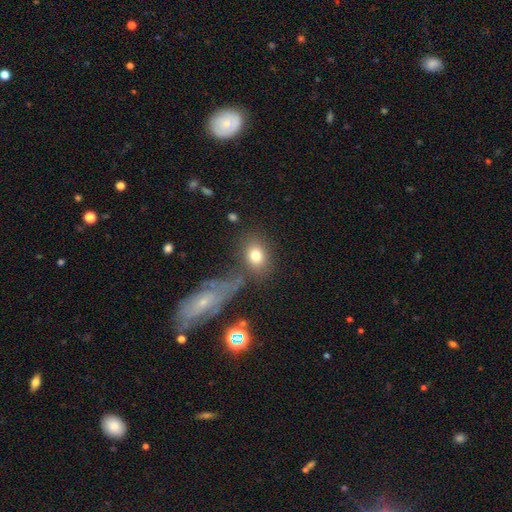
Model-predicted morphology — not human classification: The model was most divided on "how rounded": in between: 64%, round: 34%, cigar-shaped: 2%. More confident: smooth or featured — smooth (78%); merging — none (66%).